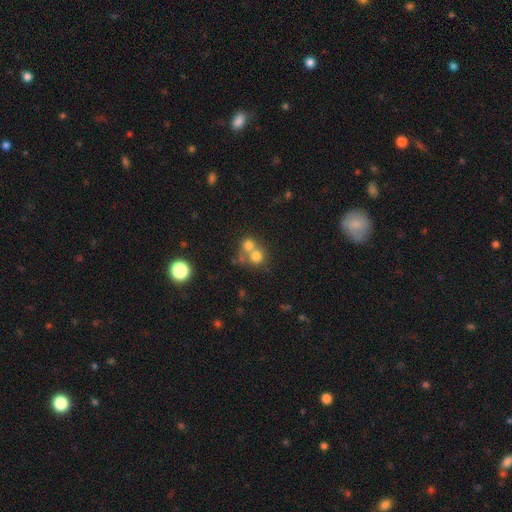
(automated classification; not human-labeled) smooth 72%, featured or disk 14%, star or artifact 14%. Down the decision tree: how rounded — round (84%); merging — merger (56%).